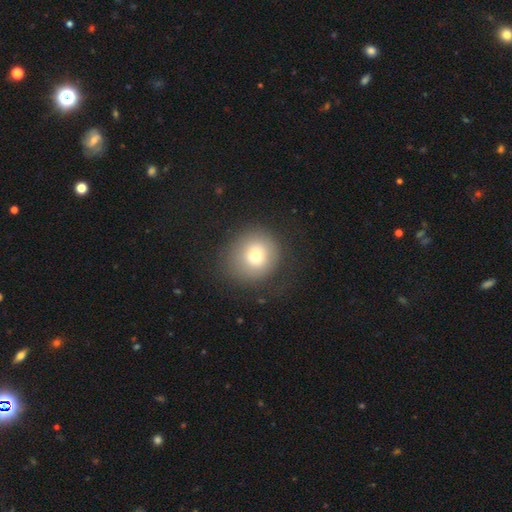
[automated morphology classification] A smooth galaxy with no disk features (72%) that is round (90%).

Vote fractions:
- Smooth or featured? smooth: 72% / featured or disk: 15% / star or artifact: 13%
- How rounded? round: 90% / in between: 9% / cigar-shaped: 1%
- Merging? none: 76% / minor disturbance: 14% / major disturbance: 9% / merger: 1%